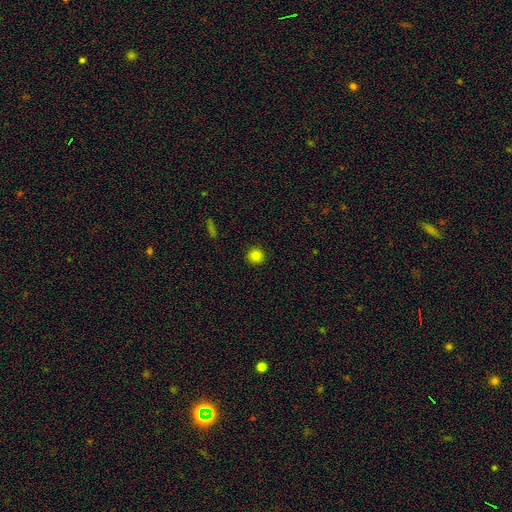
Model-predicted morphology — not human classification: smooth 84%, star or artifact 12%, featured or disk 4%. Down the decision tree: how rounded — round (94%); merging — none (92%).